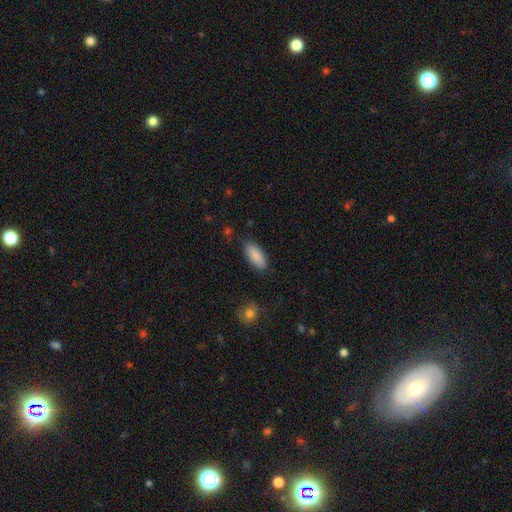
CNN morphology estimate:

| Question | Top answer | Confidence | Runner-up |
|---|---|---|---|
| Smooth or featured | smooth | 89% | star or artifact (6%) |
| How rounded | in between | 85% | cigar-shaped (13%) |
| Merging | none | 84% | minor disturbance (12%) |